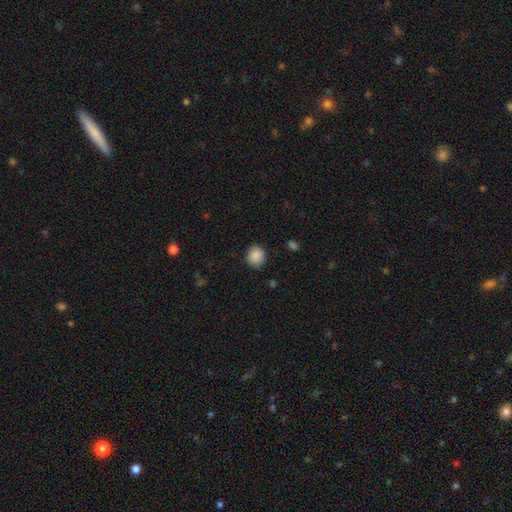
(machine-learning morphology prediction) smooth_or_featured: smooth (p=0.89) [alt: star or artifact p=0.08]
how_rounded: round (p=0.83) [alt: in between p=0.16]
merging: none (p=0.87) [alt: minor disturbance p=0.09]